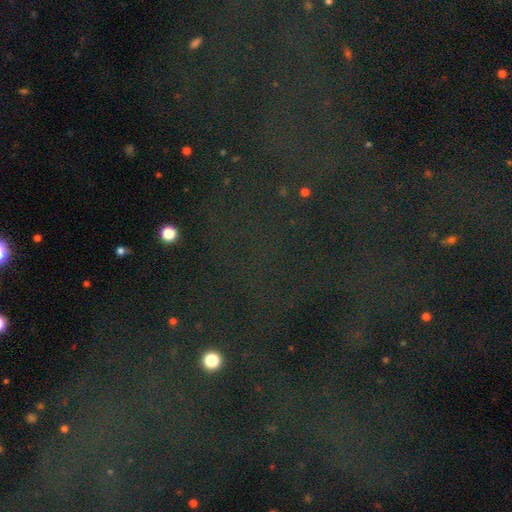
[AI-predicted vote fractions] Morphology: type=star or artifact (77%).